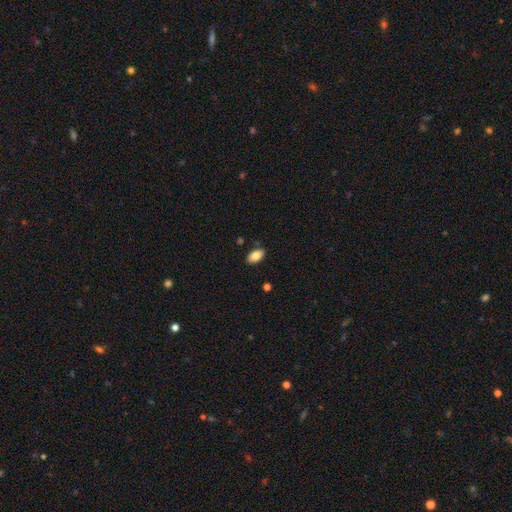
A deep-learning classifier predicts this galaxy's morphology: Q: Smooth or featured?
A: smooth (84%); runner-up: featured or disk (8%)
Q: How rounded?
A: in between (93%); runner-up: round (5%)
Q: Merging?
A: none (86%); runner-up: minor disturbance (10%)